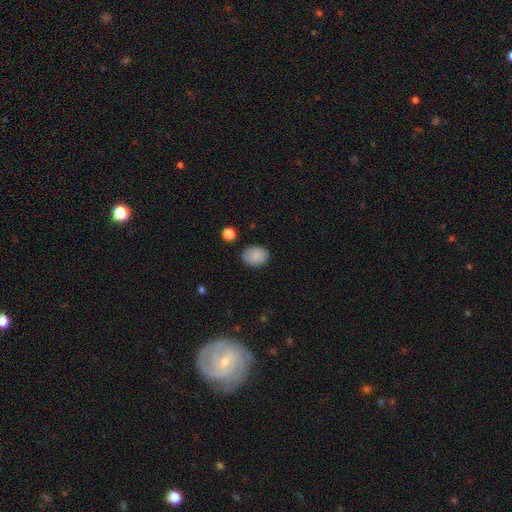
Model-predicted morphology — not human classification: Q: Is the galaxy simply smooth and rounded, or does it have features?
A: smooth — 87%.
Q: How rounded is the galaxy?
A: in between — 55%.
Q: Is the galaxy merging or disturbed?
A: none — 84%.